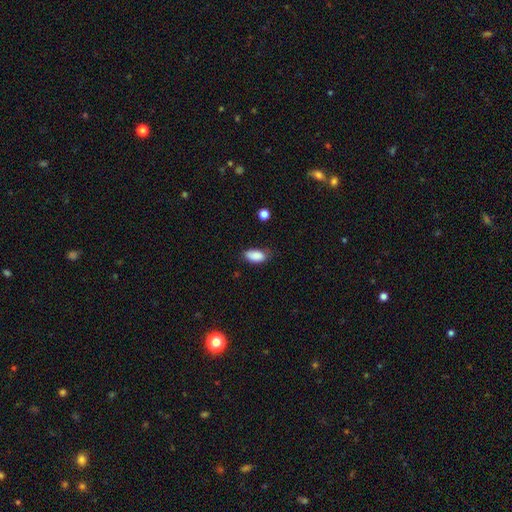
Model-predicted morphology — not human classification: Q: Smooth or featured?
A: smooth (87%); runner-up: star or artifact (8%)
Q: How rounded?
A: in between (92%); runner-up: cigar-shaped (4%)
Q: Merging?
A: none (65%); runner-up: minor disturbance (28%)